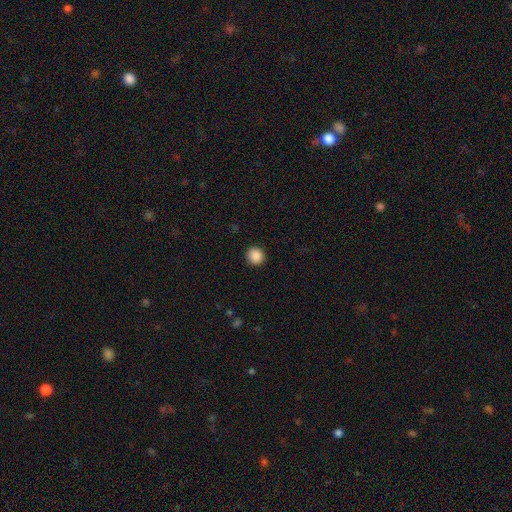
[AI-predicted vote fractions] Overall: smooth (88%). How rounded: round (92%). Merging: none (92%).